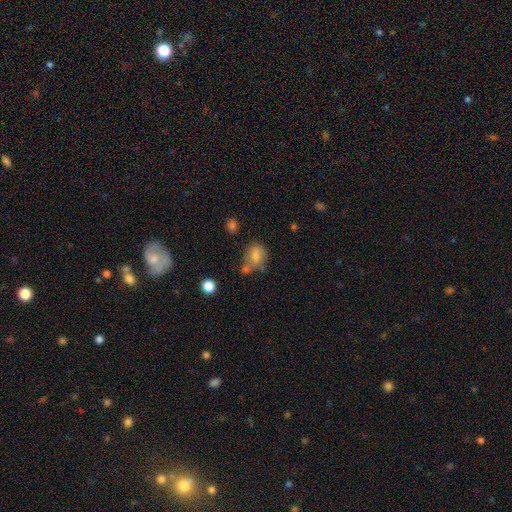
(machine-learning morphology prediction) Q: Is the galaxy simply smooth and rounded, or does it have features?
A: smooth — 77%.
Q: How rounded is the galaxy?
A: round — 51%.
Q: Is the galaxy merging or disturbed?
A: none — 49%.